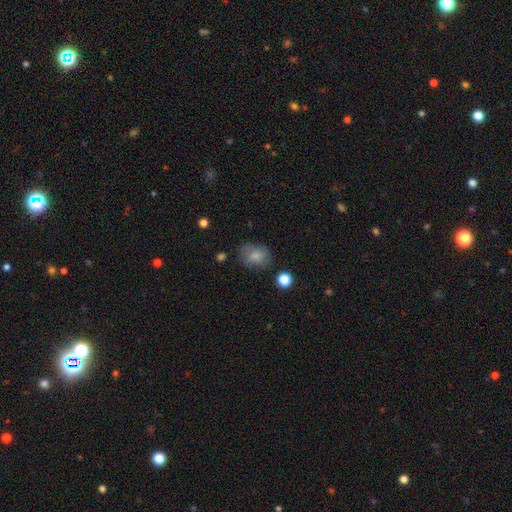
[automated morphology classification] Smooth or featured? smooth (80%)
How rounded? in between (65%)
Merging? none (68%)